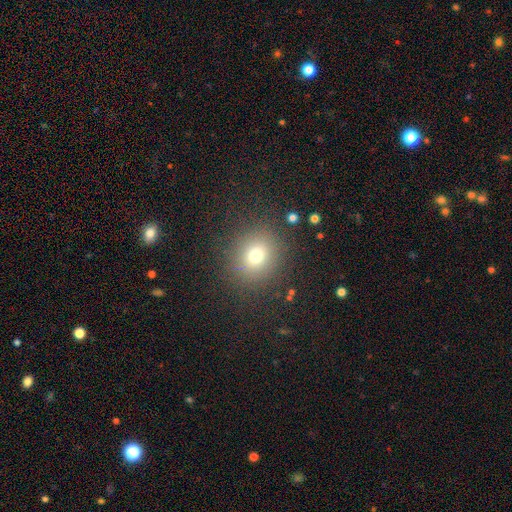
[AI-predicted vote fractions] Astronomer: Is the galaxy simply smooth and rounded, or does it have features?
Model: smooth — 72%.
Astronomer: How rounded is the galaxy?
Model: round — 82%.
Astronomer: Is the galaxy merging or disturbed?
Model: none — 87%.